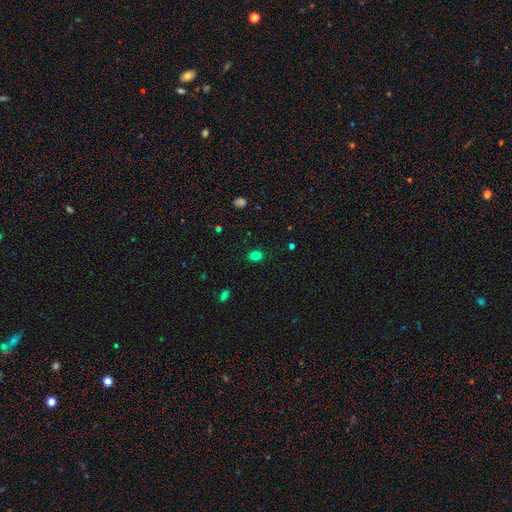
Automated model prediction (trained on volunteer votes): This appears to be a smooth galaxy with no disk features (80%) that is round (55%). Merging: none (87%).